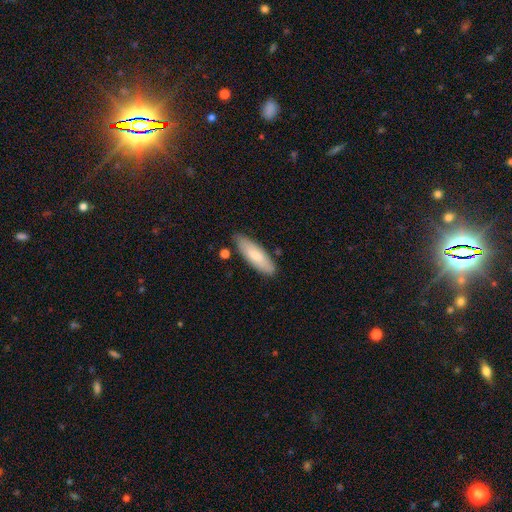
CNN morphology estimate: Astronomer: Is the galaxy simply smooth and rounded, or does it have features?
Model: smooth — 76%.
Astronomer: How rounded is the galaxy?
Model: in between — 53% (runner-up: cigar-shaped, 45%).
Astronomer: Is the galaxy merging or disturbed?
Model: none — 80%.